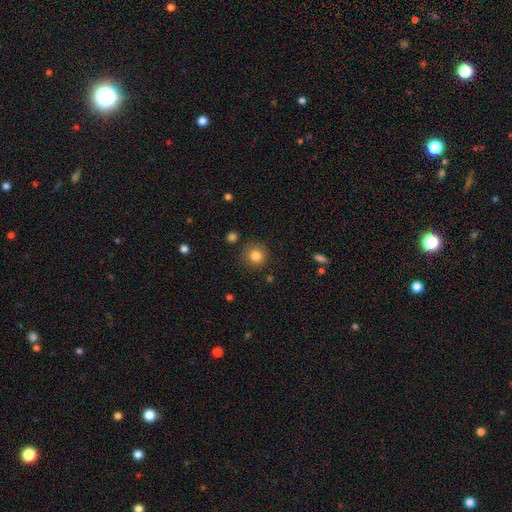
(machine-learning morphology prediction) This appears to be a smooth galaxy with no disk features (83%) that is round (92%). Merging: none (85%).